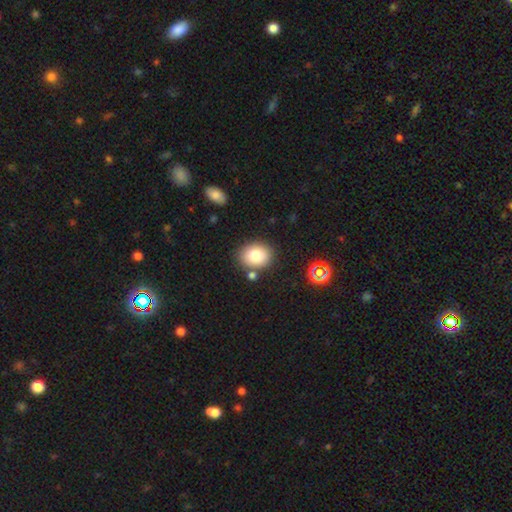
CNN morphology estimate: Smooth or featured: smooth — 83% (star or artifact — 9%)
How rounded: in between — 53% (round — 46%)
Merging: none — 79% (minor disturbance — 11%)